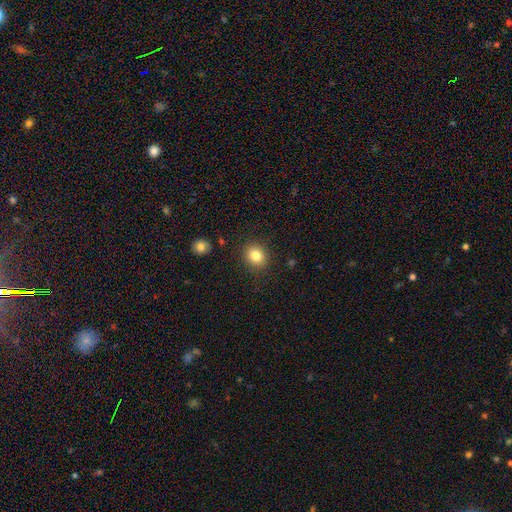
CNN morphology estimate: Smooth or featured?
  - smooth: 83% *
  - star or artifact: 11%
  - featured or disk: 7%
How rounded?
  - round: 78% *
  - in between: 21%
  - cigar-shaped: 1%
Merging?
  - none: 88% *
  - minor disturbance: 8%
  - major disturbance: 3%
  - merger: 2%